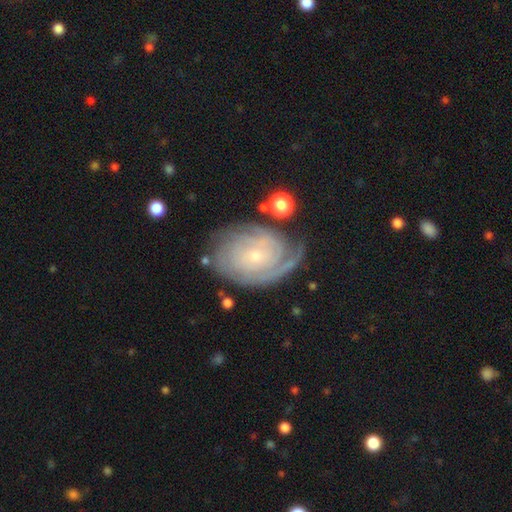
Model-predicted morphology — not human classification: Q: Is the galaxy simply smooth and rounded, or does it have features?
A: featured or disk — 84%.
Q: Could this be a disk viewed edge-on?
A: no — 97%.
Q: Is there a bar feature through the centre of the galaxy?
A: no — 75%.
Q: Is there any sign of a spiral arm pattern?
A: yes — 96%.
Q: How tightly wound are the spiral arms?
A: tight — 77%.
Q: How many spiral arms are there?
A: can't tell — 34%.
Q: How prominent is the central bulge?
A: small — 79%.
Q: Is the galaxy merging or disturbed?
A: none — 68%.